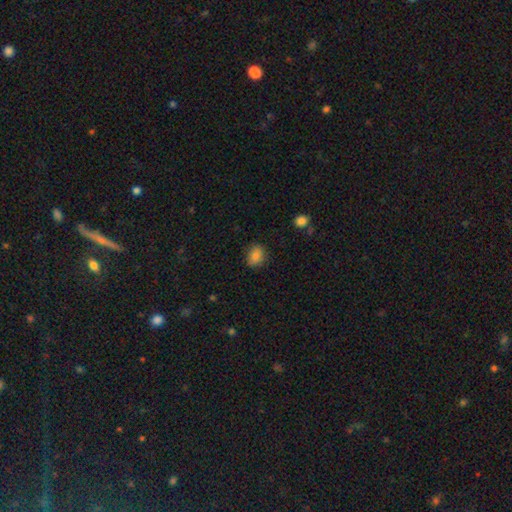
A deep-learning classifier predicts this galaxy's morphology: A smooth galaxy with no disk features (82%) that is round (51%).

Vote fractions:
- Smooth or featured? smooth: 82% / star or artifact: 10% / featured or disk: 8%
- How rounded? round: 51% / in between: 48% / cigar-shaped: 1%
- Merging? none: 84% / minor disturbance: 12% / major disturbance: 3% / merger: 1%